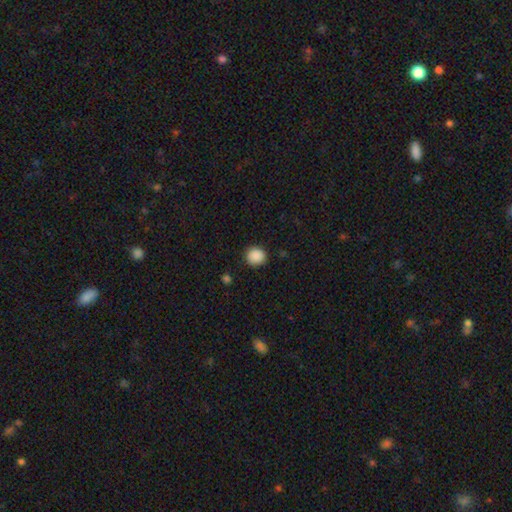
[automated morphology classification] Smooth or featured? smooth (89%)
How rounded? round (89%)
Merging? none (89%)